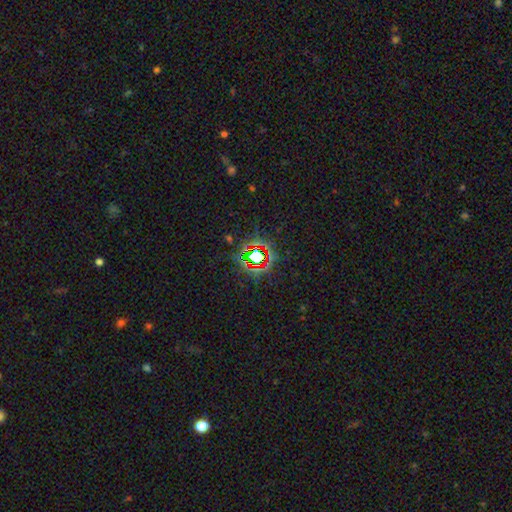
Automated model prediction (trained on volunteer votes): Q: Smooth or featured?
A: star or artifact (77%); runner-up: smooth (13%)